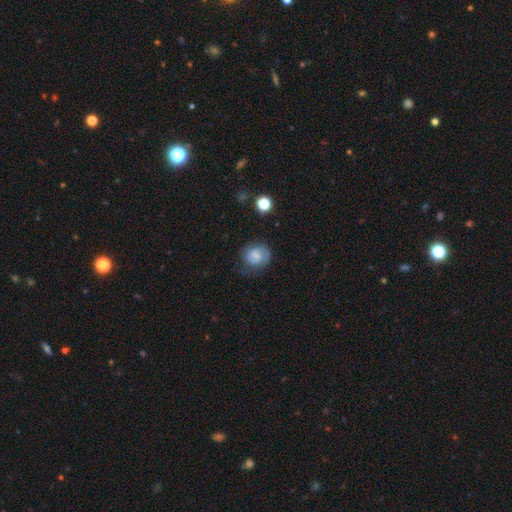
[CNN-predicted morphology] A smooth galaxy with no disk features (55%) that is round (72%). Merging: none (62%).